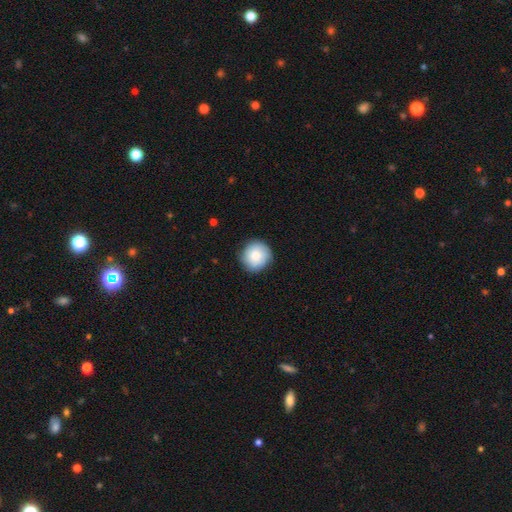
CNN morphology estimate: A smooth galaxy with no disk features (78%) that is round (93%). Merging: none (85%).